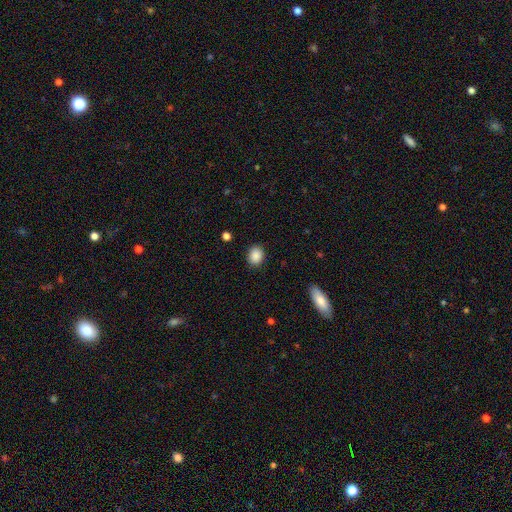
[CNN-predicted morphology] Smooth or featured? smooth (88%)
How rounded? round (52%)
Merging? none (89%)